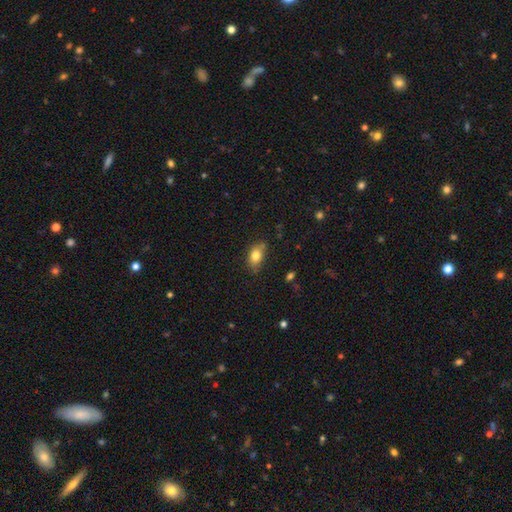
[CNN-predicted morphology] This is likely a smooth galaxy (80%). How rounded: clearly in between (81%). Merging: likely none (69%).